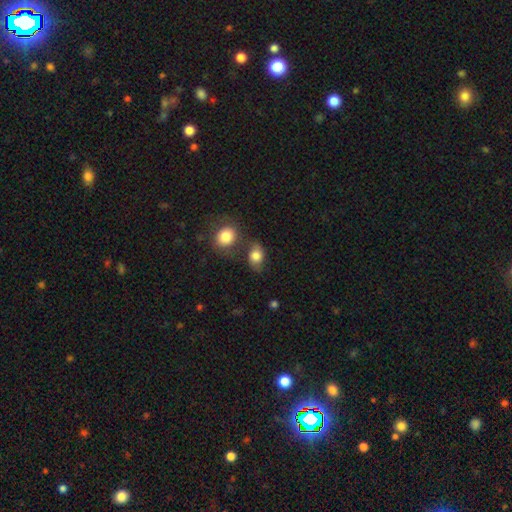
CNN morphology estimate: type=smooth (76%); roundness=in between (63%); merging=none (51%).